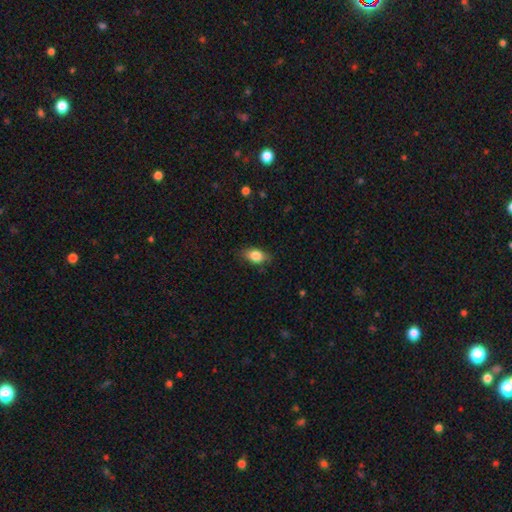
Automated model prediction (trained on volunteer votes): Smooth or featured? Predicted: smooth (p=0.83). How rounded? Predicted: in between (p=0.86). Merging? Predicted: none (p=0.81).